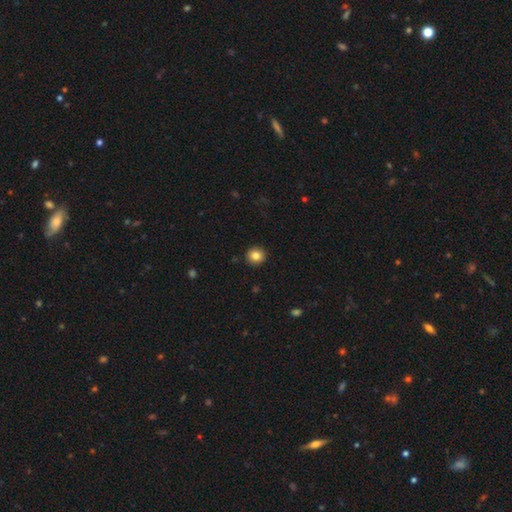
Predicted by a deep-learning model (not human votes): Smooth or featured? Predicted: smooth (p=0.83). How rounded? Predicted: round (p=0.92). Merging? Predicted: none (p=0.92).